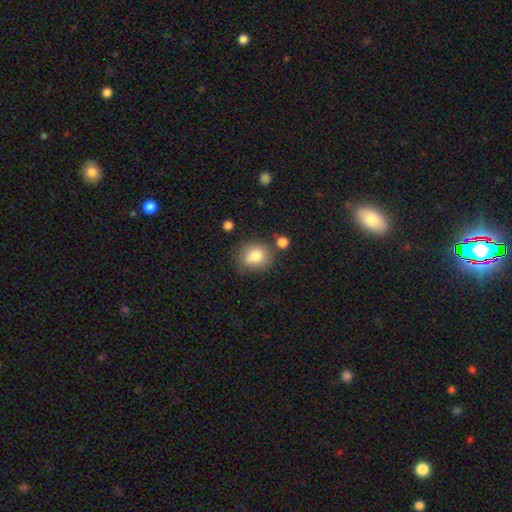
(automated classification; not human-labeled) smooth-or-featured: smooth: 80% | featured or disk: 11% | star or artifact: 10%
  how-rounded: round: 73% | in between: 26% | cigar-shaped: 1%
  merging: none: 66% | minor disturbance: 17% | merger: 12% | major disturbance: 5%